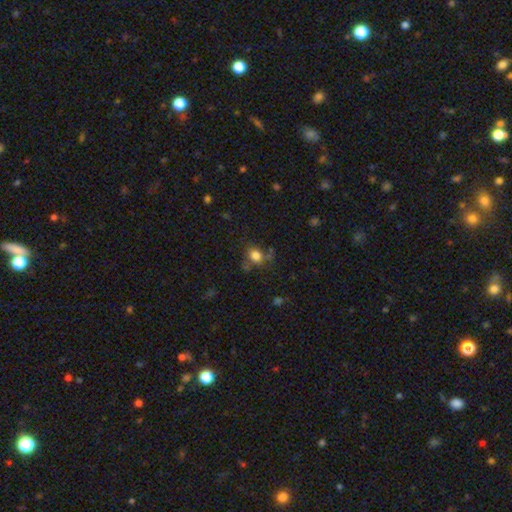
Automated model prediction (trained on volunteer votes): Overall: smooth (78%). How rounded: round (62%; in between 36%). Merging: none (64%).